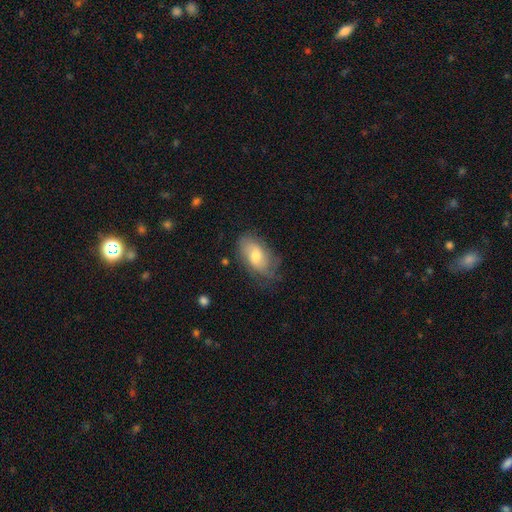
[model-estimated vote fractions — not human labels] Smooth or featured: smooth — 64% (featured or disk — 29%)
How rounded: in between — 91% (round — 6%)
Merging: none — 63% (minor disturbance — 27%)